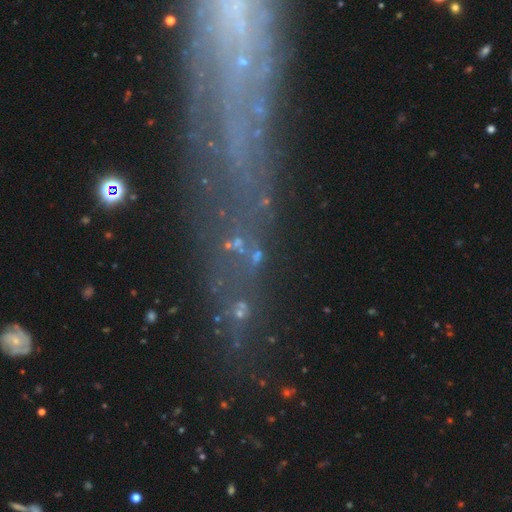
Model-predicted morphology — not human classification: smooth_or_featured: star or artifact (p=0.40) [alt: featured or disk p=0.36]